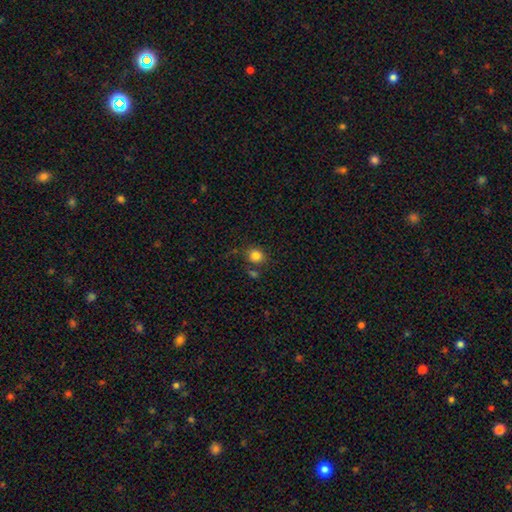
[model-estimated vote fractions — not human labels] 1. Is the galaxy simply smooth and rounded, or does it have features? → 83% smooth, 11% star or artifact, 5% featured or disk.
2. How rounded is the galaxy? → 82% round, 18% in between, 1% cigar-shaped.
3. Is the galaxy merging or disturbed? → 75% none, 11% minor disturbance, 10% merger, 4% major disturbance.